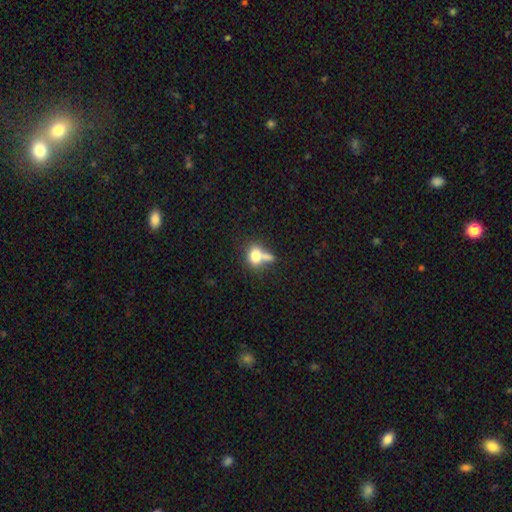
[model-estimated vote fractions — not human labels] Overall: smooth (75%). How rounded: in between (65%; round 32%). Merging: merger (50%; none 30%).